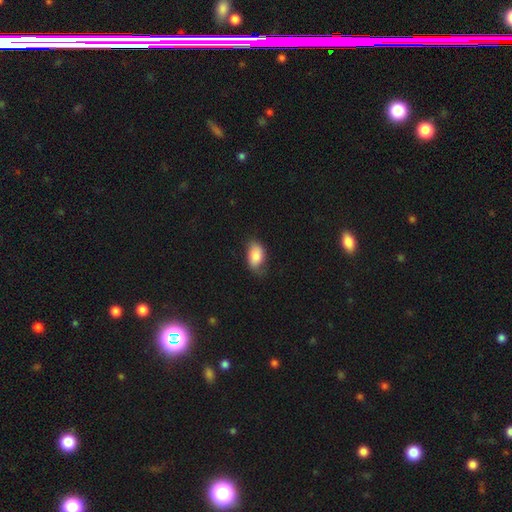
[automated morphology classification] type=smooth (84%); roundness=in between (91%); merging=none (60%).